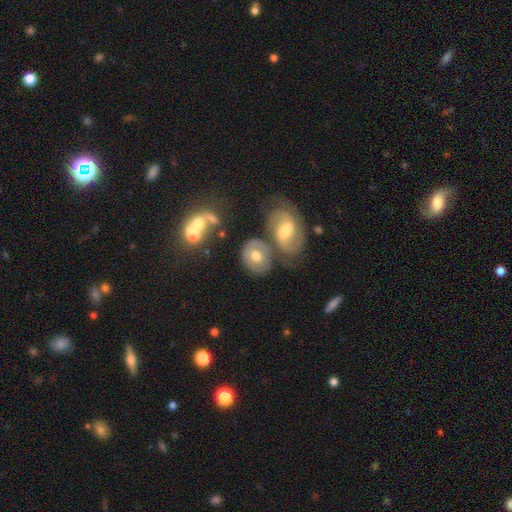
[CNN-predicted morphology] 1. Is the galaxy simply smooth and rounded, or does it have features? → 55% smooth, 37% featured or disk, 8% star or artifact.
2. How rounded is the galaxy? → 54% round, 44% in between, 1% cigar-shaped.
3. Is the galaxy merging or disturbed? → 52% none, 26% merger, 15% minor disturbance, 7% major disturbance.